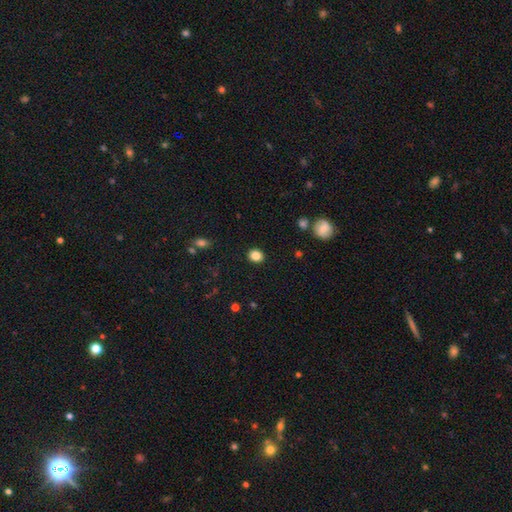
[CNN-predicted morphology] type=smooth (85%); roundness=round (70%); merging=none (90%).